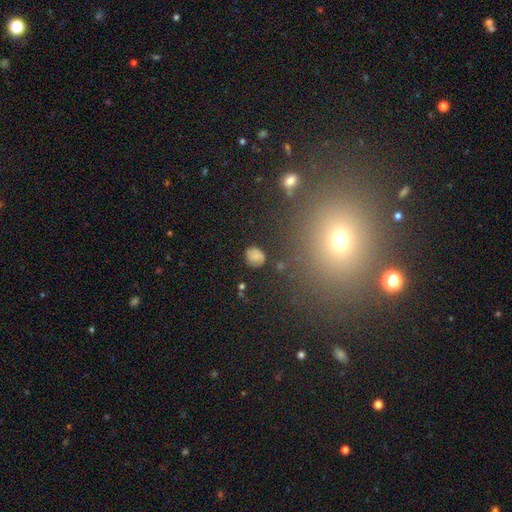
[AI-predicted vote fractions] smooth-or-featured: smooth: 67% | featured or disk: 18% | star or artifact: 15%
  how-rounded: round: 69% | in between: 30% | cigar-shaped: 1%
  merging: none: 73% | minor disturbance: 18% | major disturbance: 7% | merger: 3%